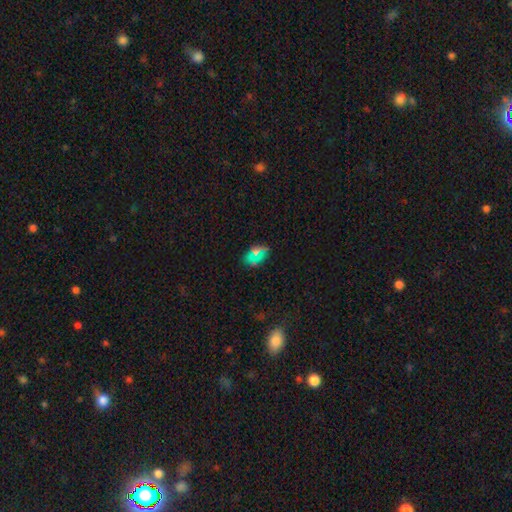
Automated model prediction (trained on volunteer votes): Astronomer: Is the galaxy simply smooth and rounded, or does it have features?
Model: smooth — 59%.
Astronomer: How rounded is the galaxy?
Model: in between — 83%.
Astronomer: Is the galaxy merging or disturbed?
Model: none — 78%.